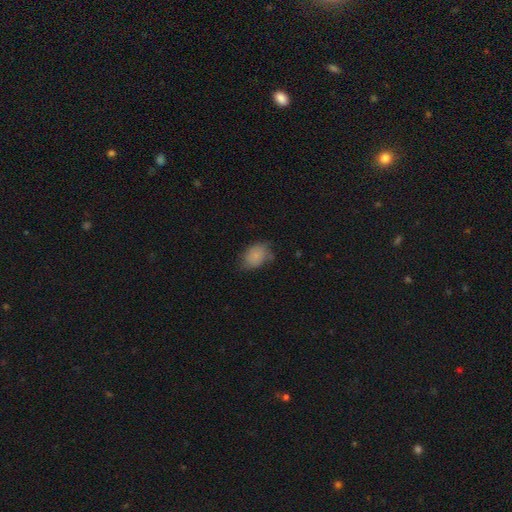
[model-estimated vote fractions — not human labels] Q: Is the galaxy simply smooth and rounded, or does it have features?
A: smooth — 80%.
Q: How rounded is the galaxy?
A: in between — 80%.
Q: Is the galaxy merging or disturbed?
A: none — 56%.